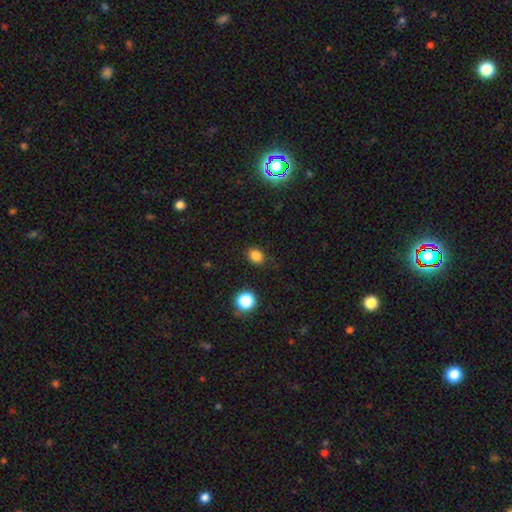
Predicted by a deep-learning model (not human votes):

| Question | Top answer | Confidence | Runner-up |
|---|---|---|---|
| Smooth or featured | smooth | 82% | star or artifact (13%) |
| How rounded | in between | 54% | round (44%) |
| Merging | none | 85% | minor disturbance (11%) |